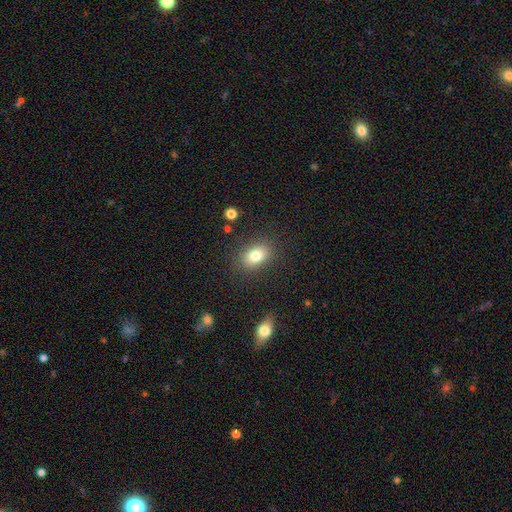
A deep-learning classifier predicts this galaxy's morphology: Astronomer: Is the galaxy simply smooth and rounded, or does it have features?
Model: smooth — 80%.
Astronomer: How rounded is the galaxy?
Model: in between — 78%.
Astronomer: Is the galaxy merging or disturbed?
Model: none — 84%.